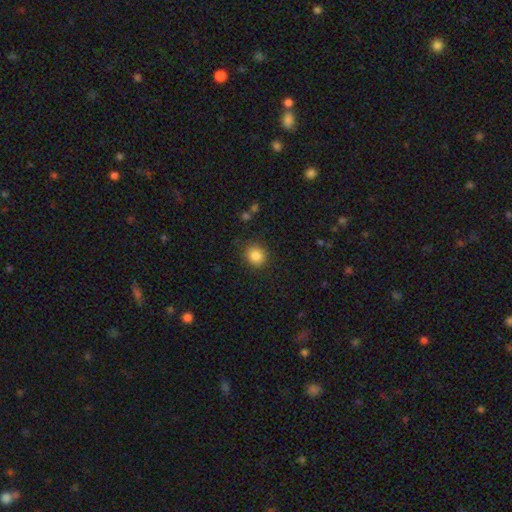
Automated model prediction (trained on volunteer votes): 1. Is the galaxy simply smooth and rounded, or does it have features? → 86% smooth, 10% star or artifact, 4% featured or disk.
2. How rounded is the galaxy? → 84% round, 15% in between, 1% cigar-shaped.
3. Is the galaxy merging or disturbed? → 87% none, 9% minor disturbance, 3% major disturbance, 1% merger.